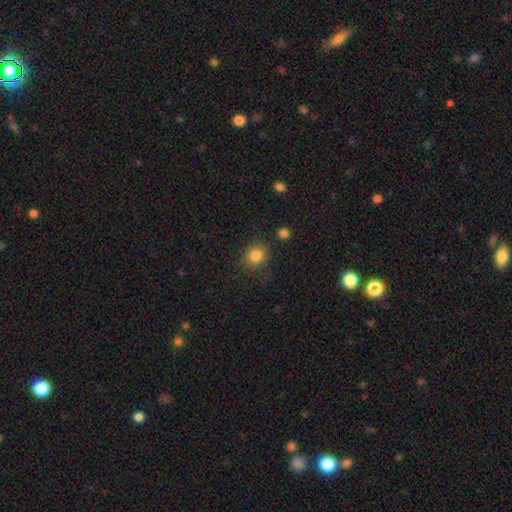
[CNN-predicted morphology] Smooth or featured? Predicted: smooth (p=0.84). How rounded? Predicted: round (p=0.72). Merging? Predicted: none (p=0.78).